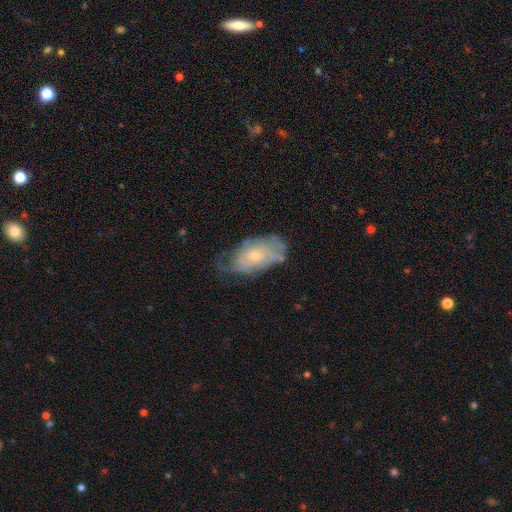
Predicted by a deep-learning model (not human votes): Smooth or featured: featured or disk — 57% (smooth — 36%)
Edge-on disk: no — 93% (yes — 7%)
Bar: no — 81% (weak — 16%)
Spiral arms: yes — 61% (no — 39%)
Bulge size: small — 59% (moderate — 36%)
Merging: none — 45% (minor disturbance — 33%)